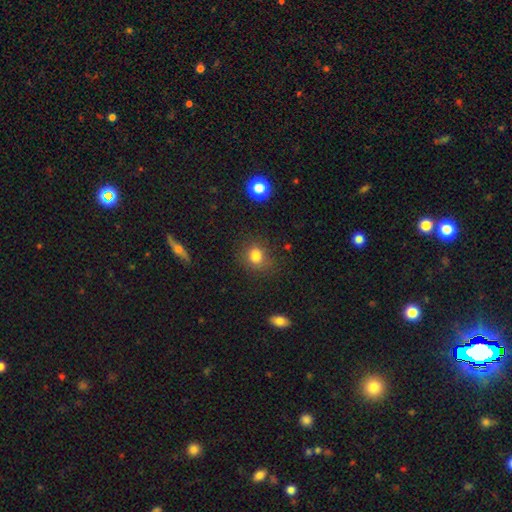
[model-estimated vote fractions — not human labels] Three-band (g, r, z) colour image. It shows a smooth galaxy with no disk features (81%) that is round (55%). Merging: none (73%).